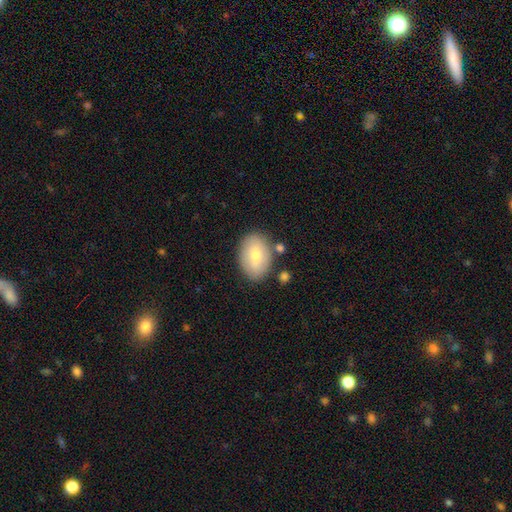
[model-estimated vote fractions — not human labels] Smooth or featured? Predicted: smooth (p=0.73). How rounded? Predicted: in between (p=0.80). Merging? Predicted: none (p=0.78).